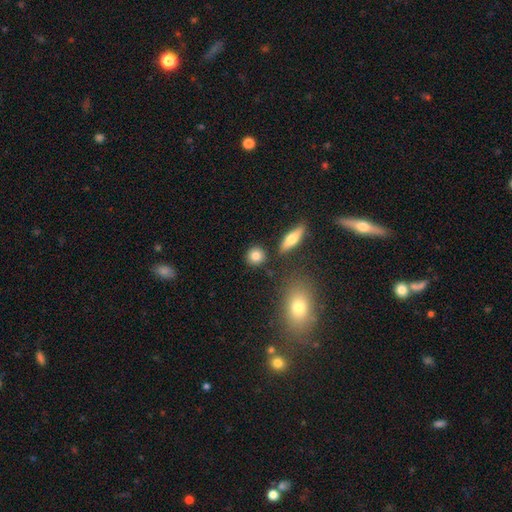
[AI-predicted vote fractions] Smooth or featured: smooth — 84% (star or artifact — 9%)
How rounded: round — 85% (in between — 12%)
Merging: none — 84% (minor disturbance — 8%)